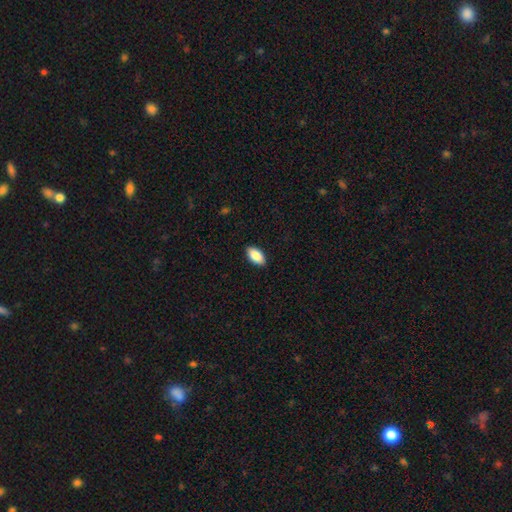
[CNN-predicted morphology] This appears to be a smooth galaxy with no disk features (87%) that is in between round and cigar-shaped (93%). Merging: none (90%).